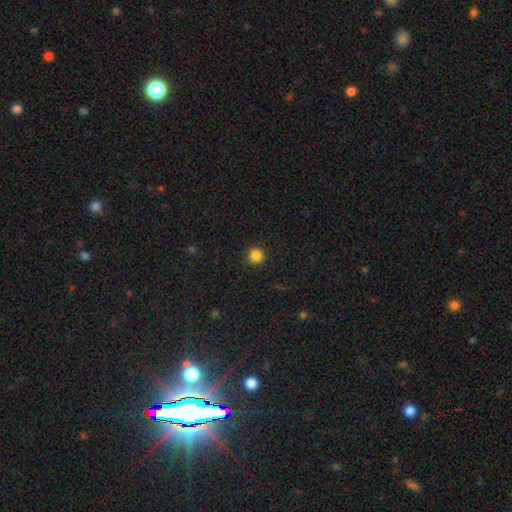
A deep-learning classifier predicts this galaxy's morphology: This appears to be a smooth galaxy with no disk features (85%) that is round (95%). Merging: none (93%).